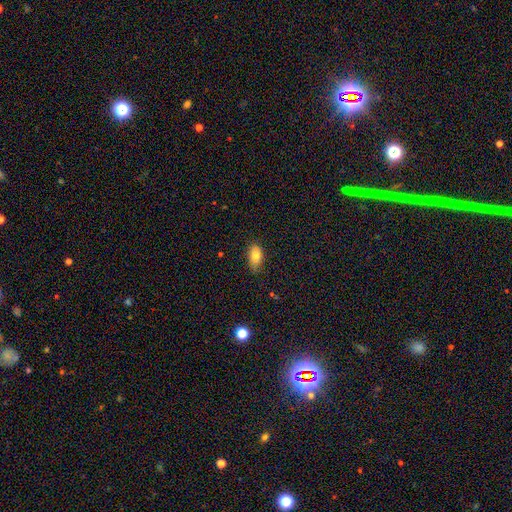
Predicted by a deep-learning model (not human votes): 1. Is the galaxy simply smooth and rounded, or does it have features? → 80% smooth, 12% featured or disk, 8% star or artifact.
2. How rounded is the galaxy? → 90% in between, 7% round, 4% cigar-shaped.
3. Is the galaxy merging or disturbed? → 79% none, 17% minor disturbance, 3% major disturbance, 1% merger.